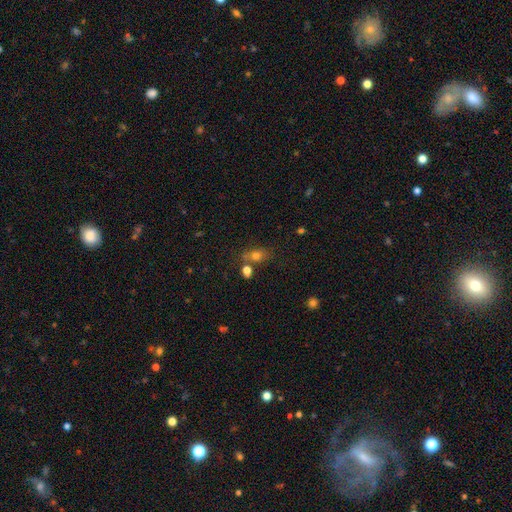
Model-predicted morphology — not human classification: Overall: smooth (71%). How rounded: in between (66%; round 31%). Merging: none (59%; merger 21%).